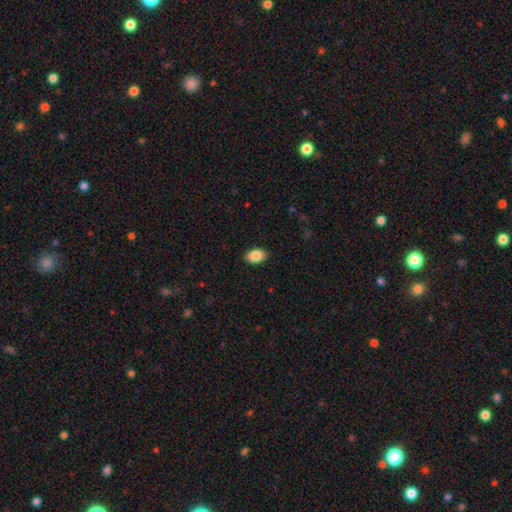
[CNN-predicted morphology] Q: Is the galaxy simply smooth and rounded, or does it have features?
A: smooth — 86%.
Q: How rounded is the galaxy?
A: in between — 87%.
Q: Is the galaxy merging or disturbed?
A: none — 89%.